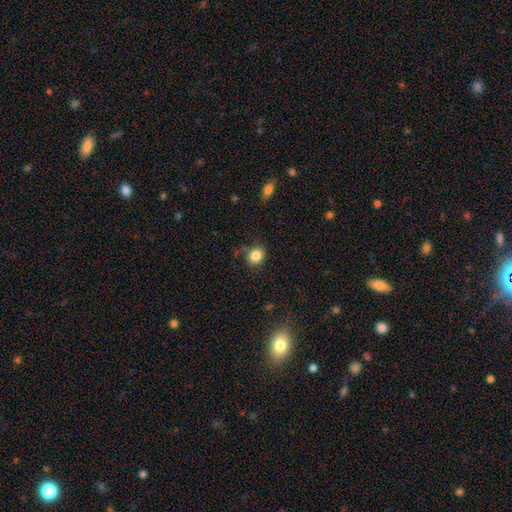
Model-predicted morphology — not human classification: Smooth or featured? smooth (83%)
How rounded? round (68%)
Merging? none (74%)